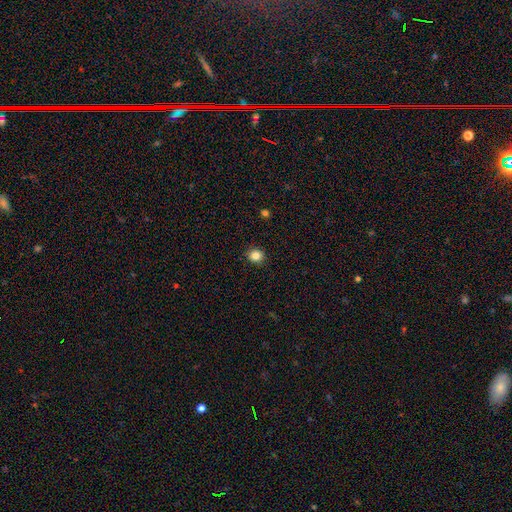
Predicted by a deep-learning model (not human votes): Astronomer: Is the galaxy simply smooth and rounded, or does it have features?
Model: smooth — 84%.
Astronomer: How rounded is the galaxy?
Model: round — 86%.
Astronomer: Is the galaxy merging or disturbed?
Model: none — 91%.